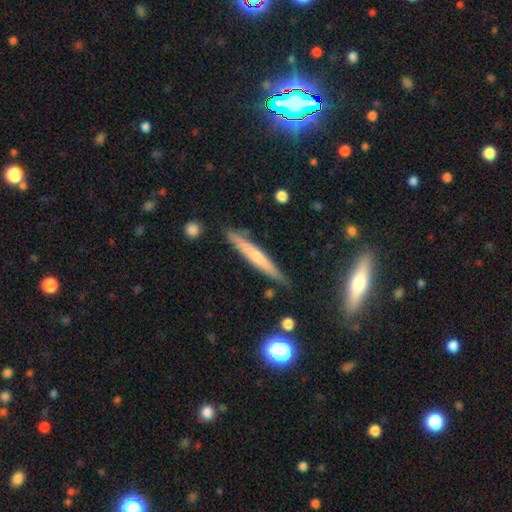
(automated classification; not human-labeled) This appears to be a smooth galaxy with no disk features (49%). Merging: none (86%).